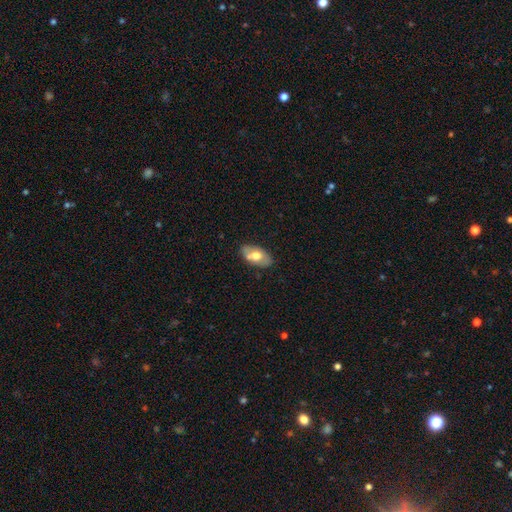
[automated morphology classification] smooth_or_featured: smooth (p=0.60) [alt: featured or disk p=0.34]
how_rounded: in between (p=0.93) [alt: round p=0.04]
merging: none (p=0.76) [alt: minor disturbance p=0.16]